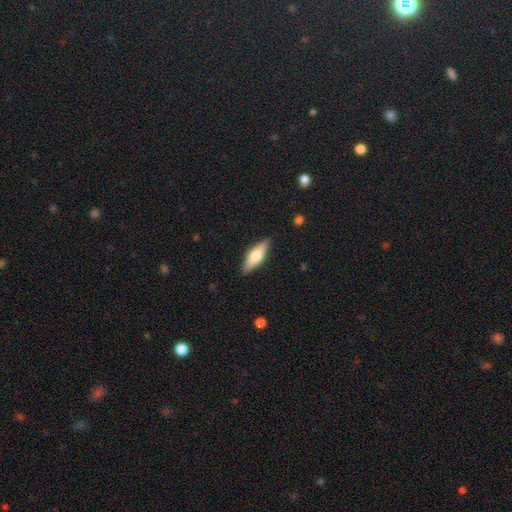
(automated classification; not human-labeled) This is possibly a smooth galaxy (50%). How rounded: possibly cigar-shaped (49%, tied with in between). Merging: clearly none (87%).